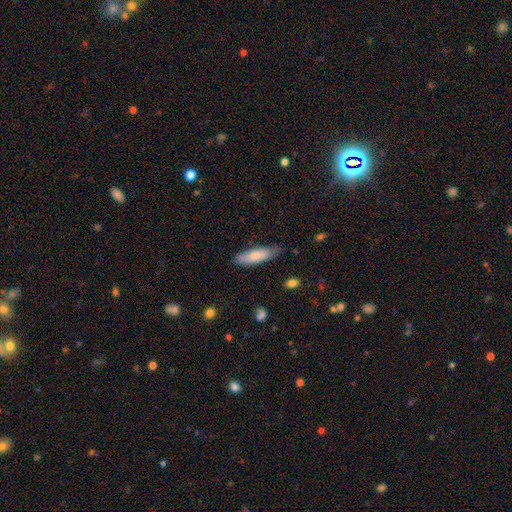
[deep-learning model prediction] Smooth or featured: smooth — 80% (featured or disk — 14%)
How rounded: cigar-shaped — 56% (in between — 43%)
Merging: none — 76% (minor disturbance — 19%)